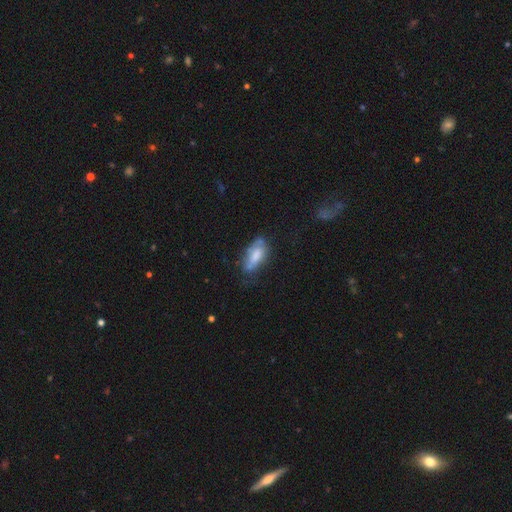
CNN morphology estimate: Overall: smooth (64%; featured or disk 28%). How rounded: in between (80%). Merging: none (47%; minor disturbance 30%).